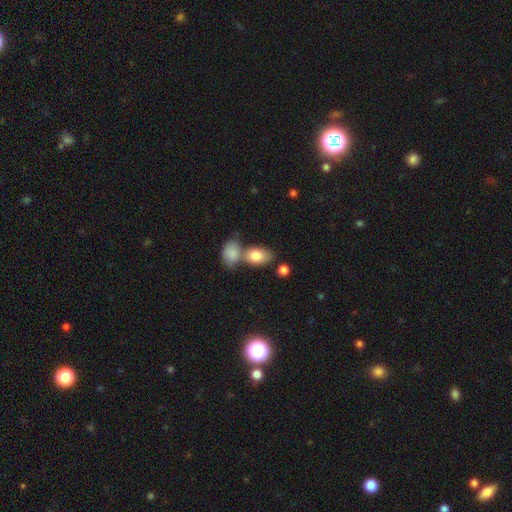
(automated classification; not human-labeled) Overall: smooth (82%). How rounded: in between (88%). Merging: merger (43%; none 41%).